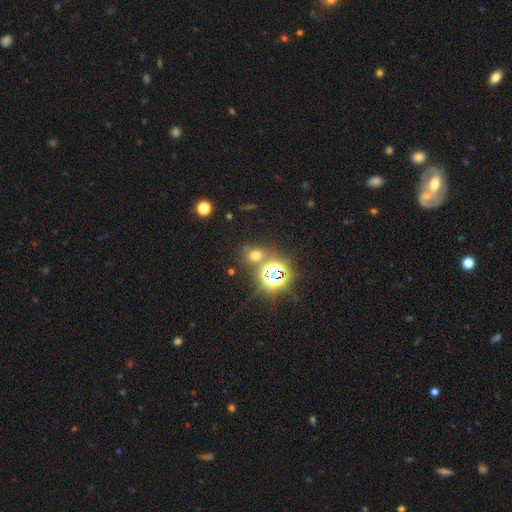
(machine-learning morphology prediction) Smooth or featured?
  - star or artifact: 46% *
  - smooth: 45%
  - featured or disk: 9%